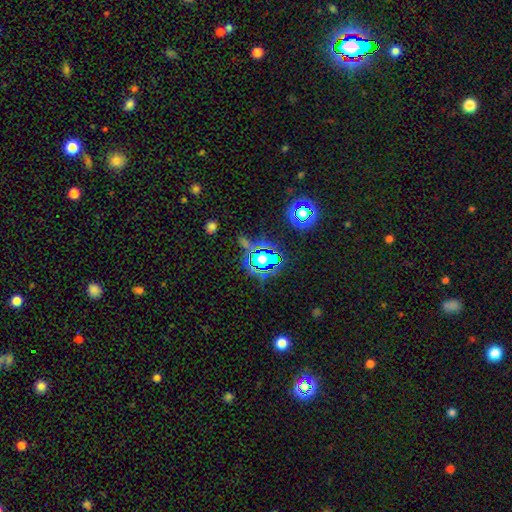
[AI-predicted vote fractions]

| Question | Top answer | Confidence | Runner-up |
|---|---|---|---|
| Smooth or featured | star or artifact | 77% | smooth (15%) |